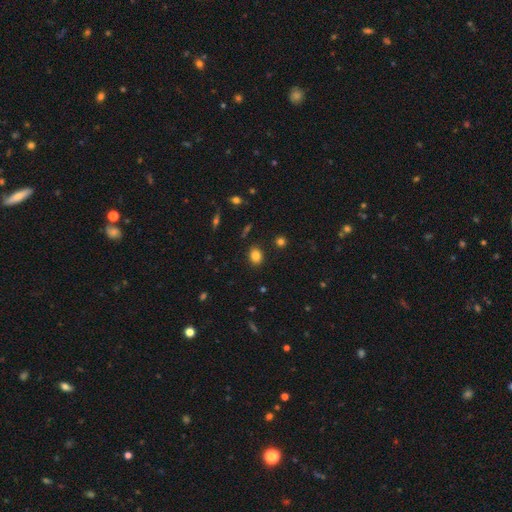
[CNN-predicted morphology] smooth 83%, star or artifact 11%, featured or disk 6%. Down the decision tree: how rounded — round (51%); merging — none (88%).